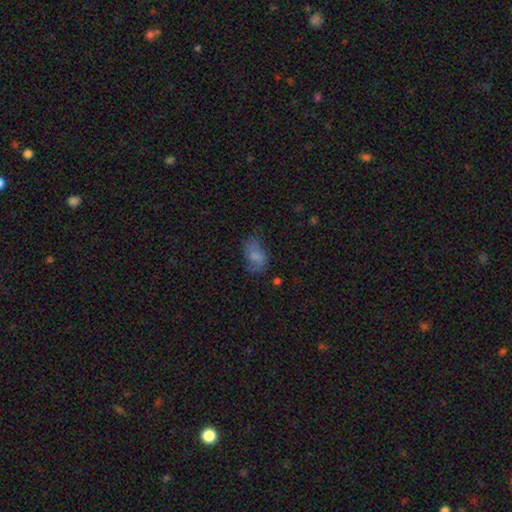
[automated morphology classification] The model was most divided on "merging": none: 44%, minor disturbance: 29%, major disturbance: 24%, merger: 3%. More confident: how rounded — in between (88%); smooth or featured — smooth (57%).